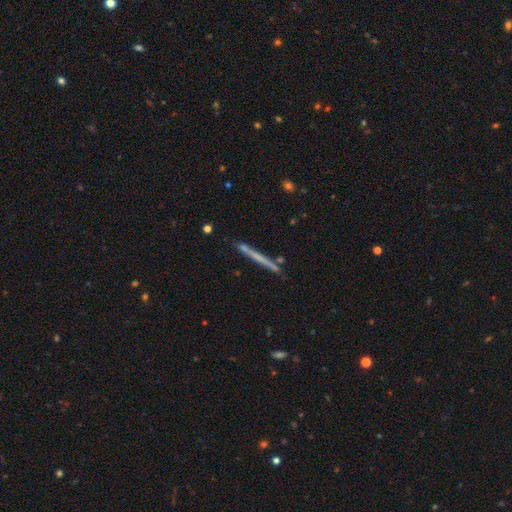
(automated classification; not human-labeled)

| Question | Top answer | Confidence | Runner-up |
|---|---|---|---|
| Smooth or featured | featured or disk | 48% | smooth (46%) |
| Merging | none | 86% | minor disturbance (10%) |